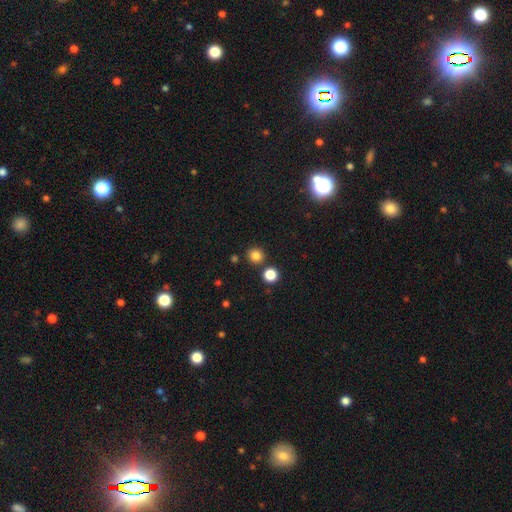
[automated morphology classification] A smooth galaxy with no disk features (82%) that is round (91%).

Vote fractions:
- Smooth or featured? smooth: 82% / star or artifact: 14% / featured or disk: 5%
- How rounded? round: 91% / in between: 8% / cigar-shaped: 1%
- Merging? none: 84% / merger: 8% / minor disturbance: 6% / major disturbance: 2%